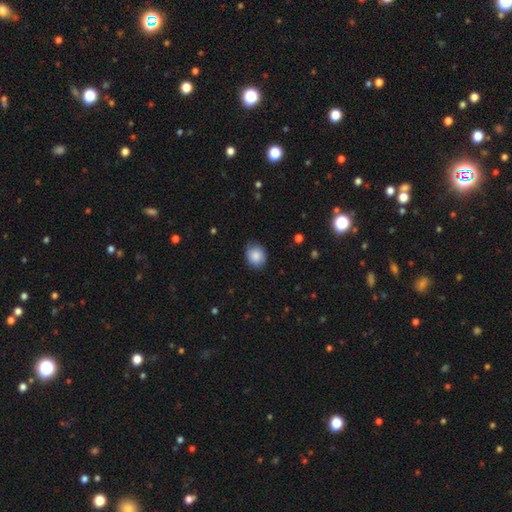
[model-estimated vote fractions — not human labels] smooth 83%, featured or disk 9%, star or artifact 8%. Down the decision tree: how rounded — round (61%); merging — none (72%).